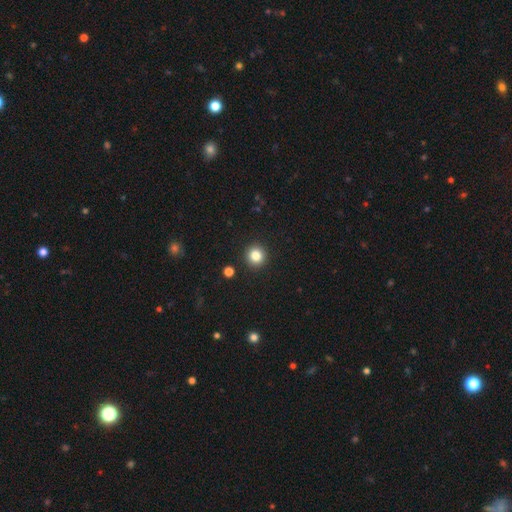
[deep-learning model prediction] Overall: smooth (83%). How rounded: round (93%). Merging: none (91%).